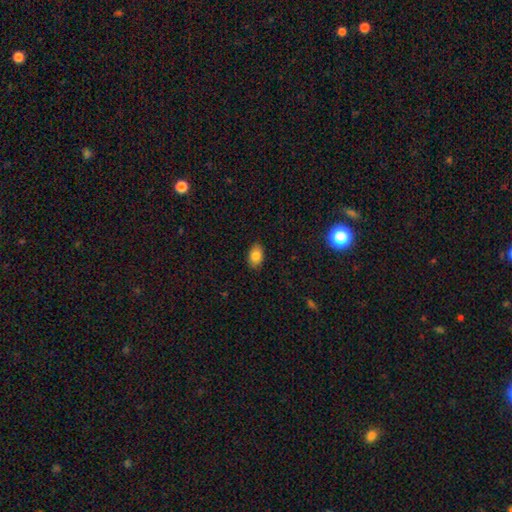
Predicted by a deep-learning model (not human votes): Smooth or featured?
  - smooth: 84% *
  - star or artifact: 9%
  - featured or disk: 8%
How rounded?
  - in between: 88% *
  - round: 11%
  - cigar-shaped: 1%
Merging?
  - none: 87% *
  - minor disturbance: 10%
  - major disturbance: 2%
  - merger: 1%